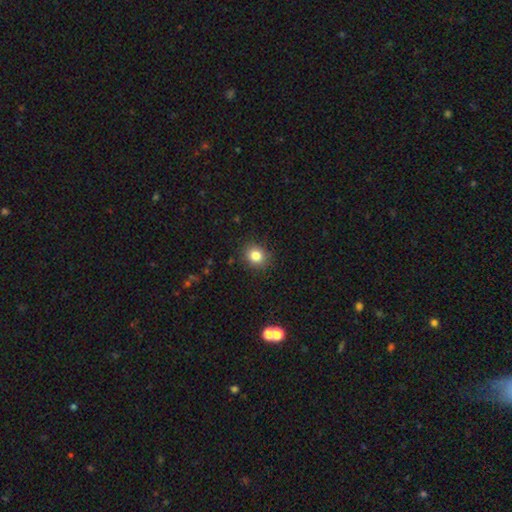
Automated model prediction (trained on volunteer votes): The model was most divided on "how rounded": round: 75%, in between: 24%, cigar-shaped: 1%. More confident: merging — none (89%); smooth or featured — smooth (83%).